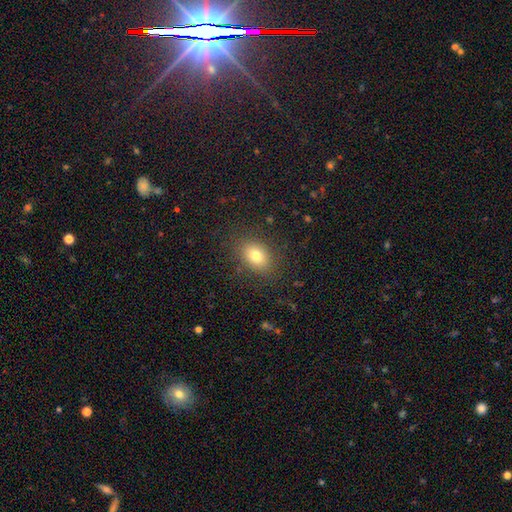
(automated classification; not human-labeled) Smooth or featured: smooth — 79% (star or artifact — 11%)
How rounded: in between — 77% (round — 22%)
Merging: none — 84% (minor disturbance — 10%)